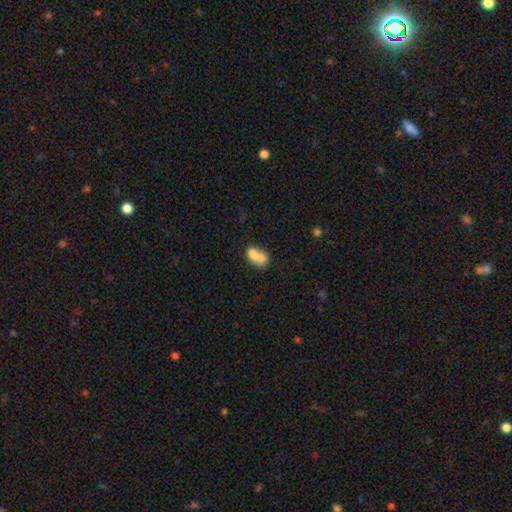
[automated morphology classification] This appears to be a smooth galaxy with no disk features (70%) that is in between round and cigar-shaped (77%). Merging: merger (62%).